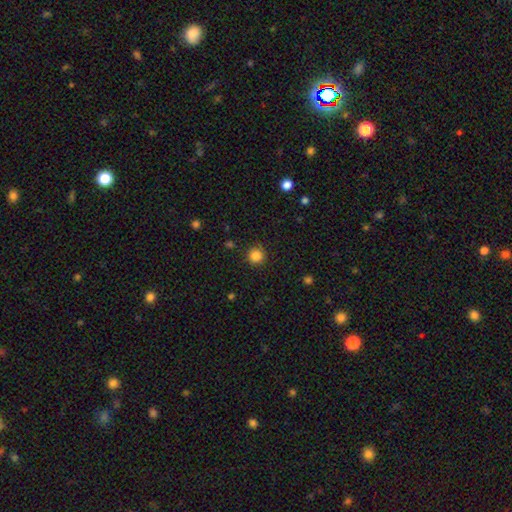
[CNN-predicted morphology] Overall: smooth (84%). How rounded: round (95%). Merging: none (89%).